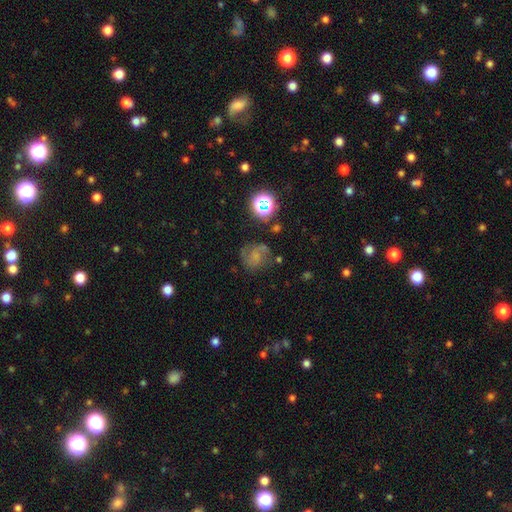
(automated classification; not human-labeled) This is possibly a featured or disk galaxy (46%). Merging: possibly none (58%).